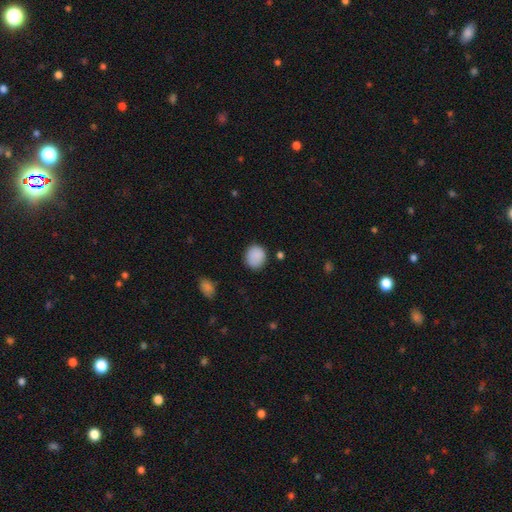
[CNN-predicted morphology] The model was most divided on "how rounded": round: 83%, in between: 16%, cigar-shaped: 1%. More confident: smooth or featured — smooth (88%); merging — none (84%).